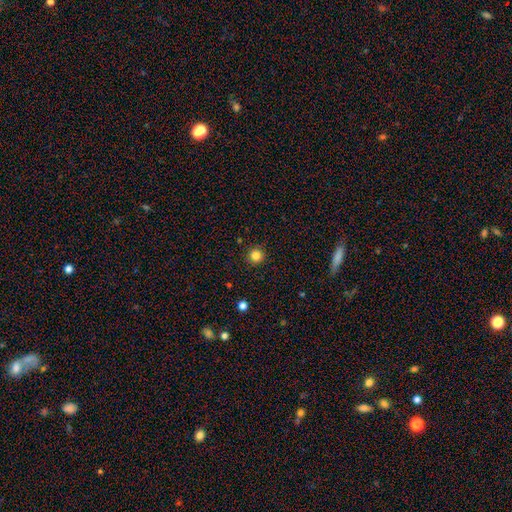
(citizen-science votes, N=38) Smooth or featured? smooth (87%)
How rounded? round (91%)
Merging? none (91%)